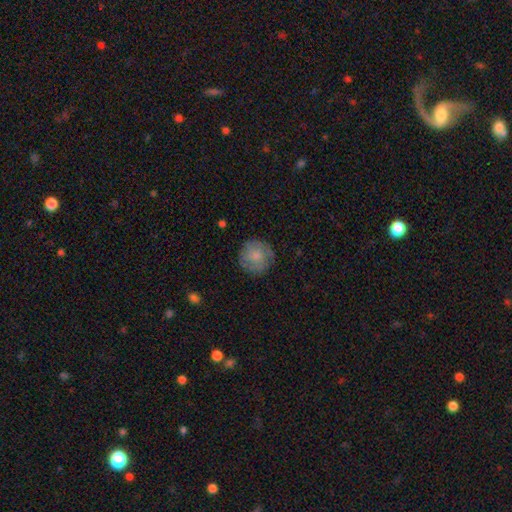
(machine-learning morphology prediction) Overall: smooth (71%). How rounded: round (93%). Merging: none (80%).